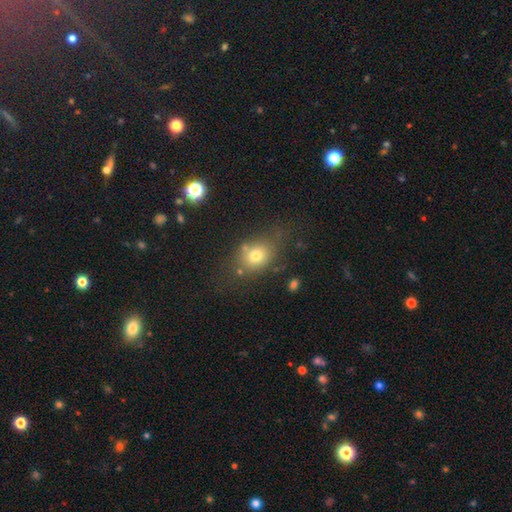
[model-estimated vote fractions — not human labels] A smooth galaxy with no disk features (73%) that is in between round and cigar-shaped (57%). Merging: none (64%).